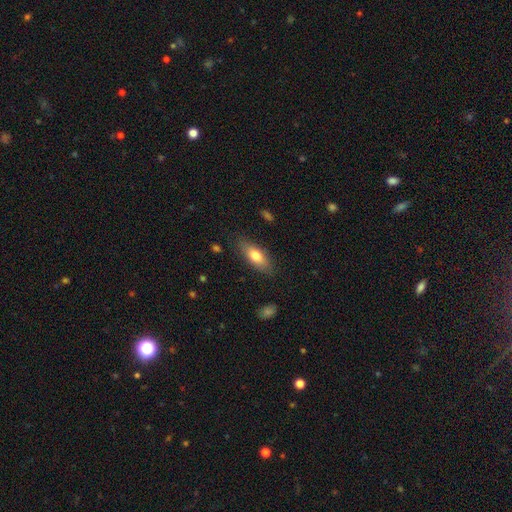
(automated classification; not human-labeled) Overall: smooth (74%). How rounded: in between (73%). Merging: none (83%).